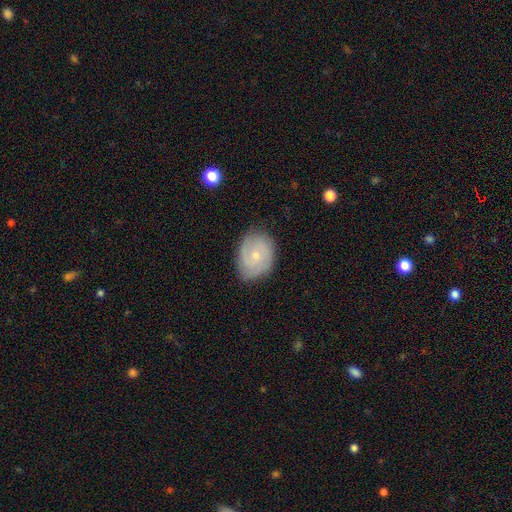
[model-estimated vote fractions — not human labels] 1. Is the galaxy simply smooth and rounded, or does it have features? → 61% featured or disk, 32% smooth, 7% star or artifact.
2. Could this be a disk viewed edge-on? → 97% no, 3% yes.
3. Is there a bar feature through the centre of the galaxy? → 74% no, 23% weak, 3% strong.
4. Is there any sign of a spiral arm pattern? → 87% yes, 13% no.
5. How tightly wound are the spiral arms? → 61% tight, 31% medium, 8% loose.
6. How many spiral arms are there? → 42% 2, 32% can't tell, 14% 3, 4% 1, 4% 4, 3% more than 4.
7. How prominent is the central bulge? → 69% small, 27% moderate, 2% none, 1% large, 1% dominant.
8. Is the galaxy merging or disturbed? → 76% none, 19% minor disturbance, 4% major disturbance, 1% merger.